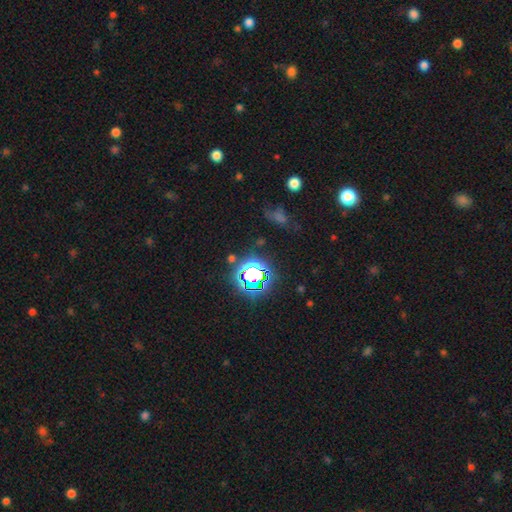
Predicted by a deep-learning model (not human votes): A star or artifact, not a galaxy (75%).